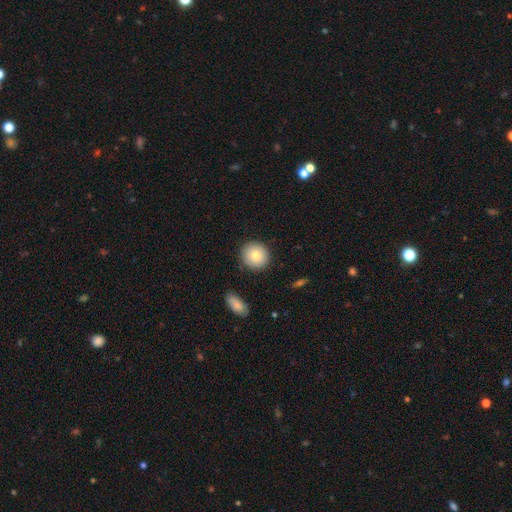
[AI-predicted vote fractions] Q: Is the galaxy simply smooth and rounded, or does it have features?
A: smooth — 80%.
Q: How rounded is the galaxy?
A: round — 91%.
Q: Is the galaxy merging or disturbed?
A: none — 89%.